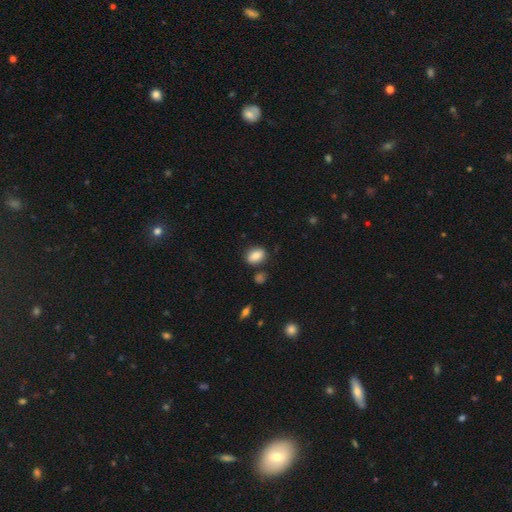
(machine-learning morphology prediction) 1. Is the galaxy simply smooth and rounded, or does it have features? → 85% smooth, 8% star or artifact, 7% featured or disk.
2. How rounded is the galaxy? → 72% in between, 26% round, 2% cigar-shaped.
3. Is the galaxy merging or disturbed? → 80% none, 12% minor disturbance, 5% merger, 3% major disturbance.